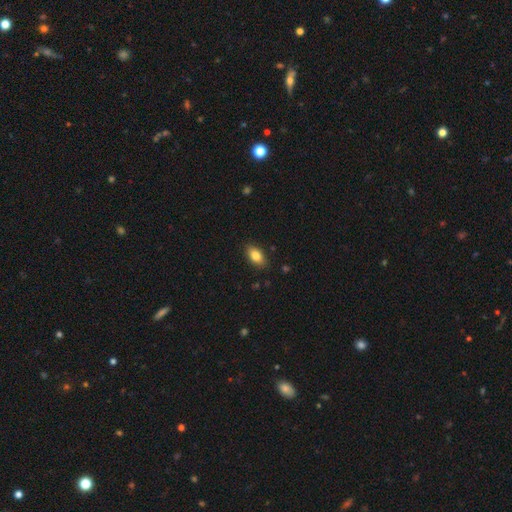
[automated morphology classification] A smooth galaxy with no disk features (83%) that is in between round and cigar-shaped (90%).

Vote fractions:
- Smooth or featured? smooth: 83% / featured or disk: 9% / star or artifact: 8%
- How rounded? in between: 90% / round: 6% / cigar-shaped: 4%
- Merging? none: 86% / minor disturbance: 11% / major disturbance: 2% / merger: 1%